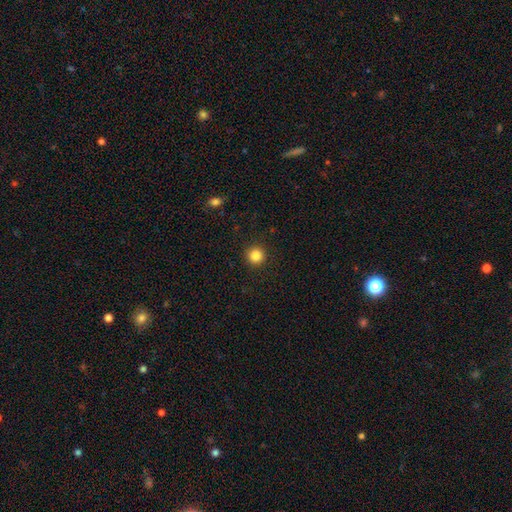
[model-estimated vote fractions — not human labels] A smooth galaxy with no disk features (84%) that is round (96%).

Vote fractions:
- Smooth or featured? smooth: 84% / star or artifact: 11% / featured or disk: 4%
- How rounded? round: 96% / in between: 3% / cigar-shaped: 1%
- Merging? none: 93% / minor disturbance: 5% / major disturbance: 2% / merger: 1%